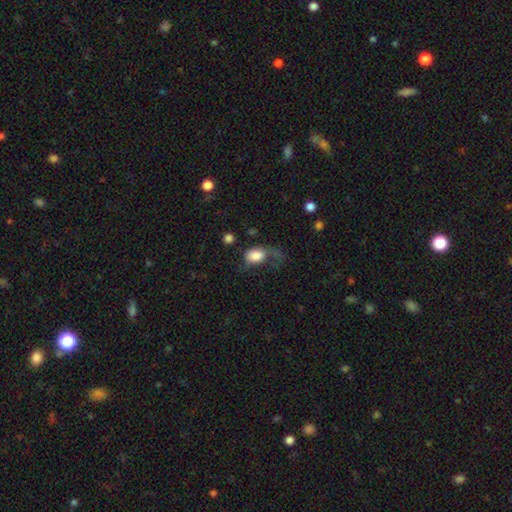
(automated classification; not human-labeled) Smooth or featured: smooth — 76% (featured or disk — 16%)
How rounded: in between — 75% (round — 23%)
Merging: major disturbance — 52% (none — 22%)